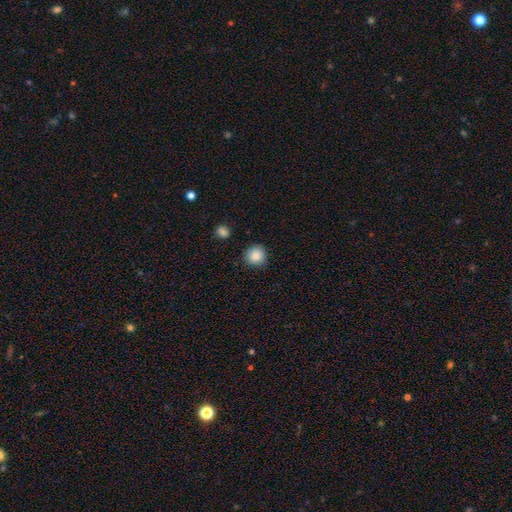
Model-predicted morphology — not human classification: A smooth galaxy with no disk features (85%) that is round (93%). Merging: none (88%).